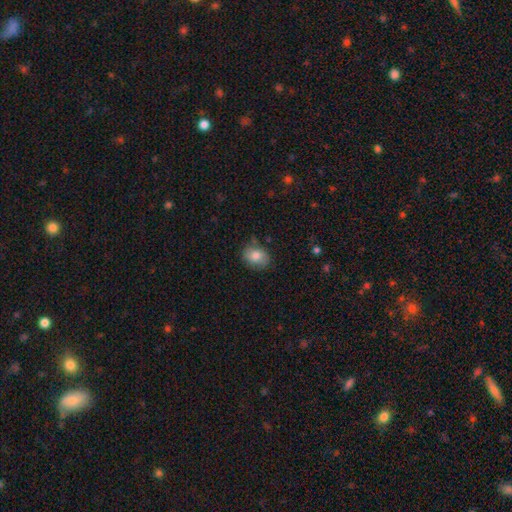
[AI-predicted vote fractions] smooth-or-featured: smooth: 79% | featured or disk: 13% | star or artifact: 8%
  how-rounded: in between: 57% | round: 42% | cigar-shaped: 1%
  merging: none: 70% | minor disturbance: 23% | major disturbance: 5% | merger: 2%